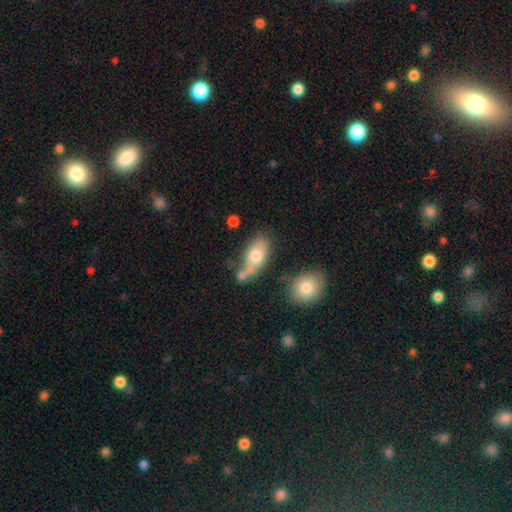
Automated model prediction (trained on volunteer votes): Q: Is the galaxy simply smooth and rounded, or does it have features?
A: smooth — 69%.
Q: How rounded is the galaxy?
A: in between — 85%.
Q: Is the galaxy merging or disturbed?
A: none — 43%.